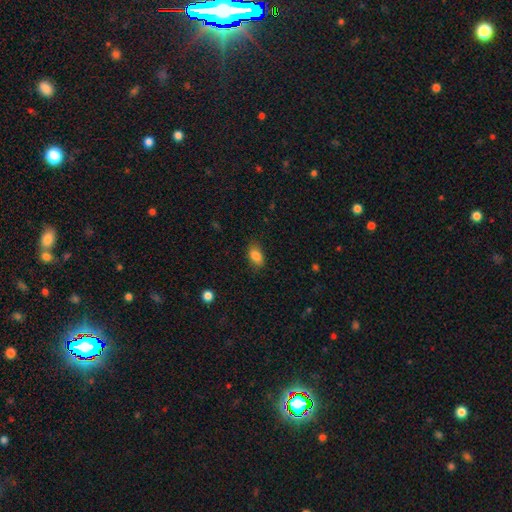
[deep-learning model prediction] Smooth or featured?
  - smooth: 85% *
  - star or artifact: 9%
  - featured or disk: 6%
How rounded?
  - in between: 88% *
  - round: 10%
  - cigar-shaped: 2%
Merging?
  - none: 82% *
  - minor disturbance: 14%
  - major disturbance: 3%
  - merger: 1%